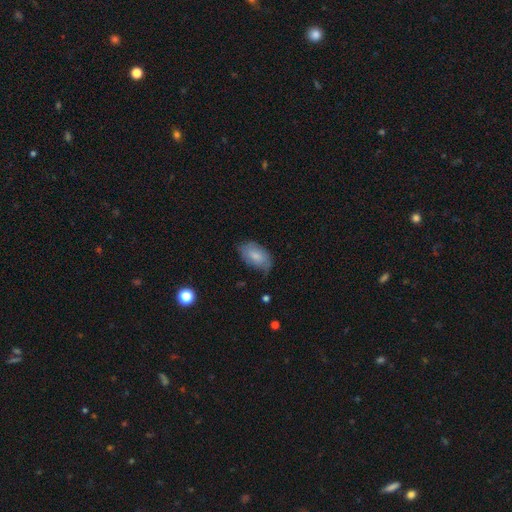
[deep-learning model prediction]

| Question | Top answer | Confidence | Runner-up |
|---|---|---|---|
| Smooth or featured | smooth | 78% | featured or disk (16%) |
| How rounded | in between | 93% | round (5%) |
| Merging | none | 69% | minor disturbance (25%) |